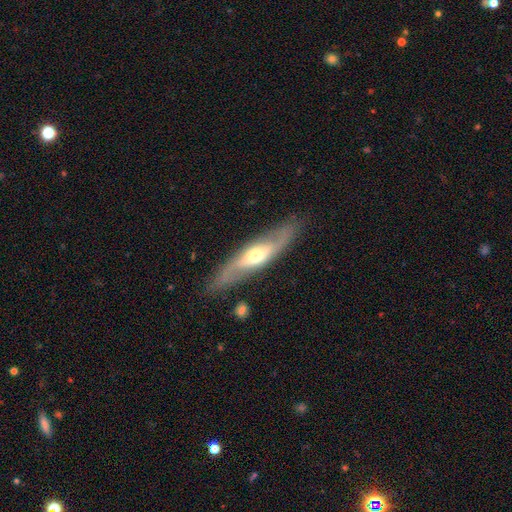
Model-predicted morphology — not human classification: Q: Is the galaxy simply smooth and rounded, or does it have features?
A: featured or disk — 69%.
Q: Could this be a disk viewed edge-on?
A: no — 58%.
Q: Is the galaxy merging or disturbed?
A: none — 81%.